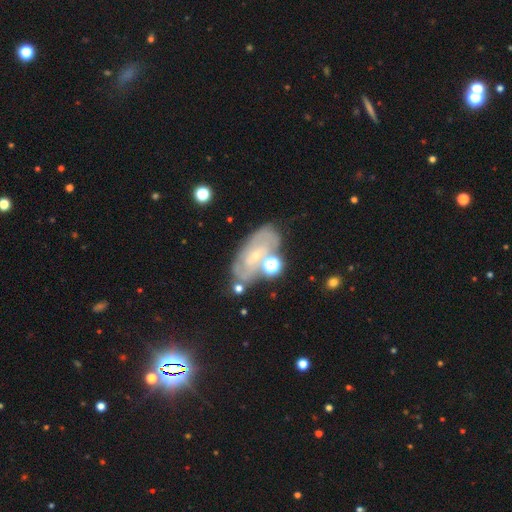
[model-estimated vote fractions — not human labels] Smooth or featured? Predicted: featured or disk (p=0.69). Edge-on disk? Predicted: no (p=0.93). Bar? Predicted: no (p=0.53). Spiral arms? Predicted: yes (p=0.80). Spiral winding? Predicted: tight (p=0.55). Spiral arm count? Predicted: can't tell (p=0.46). Bulge size? Predicted: small (p=0.70). Merging? Predicted: none (p=0.64).